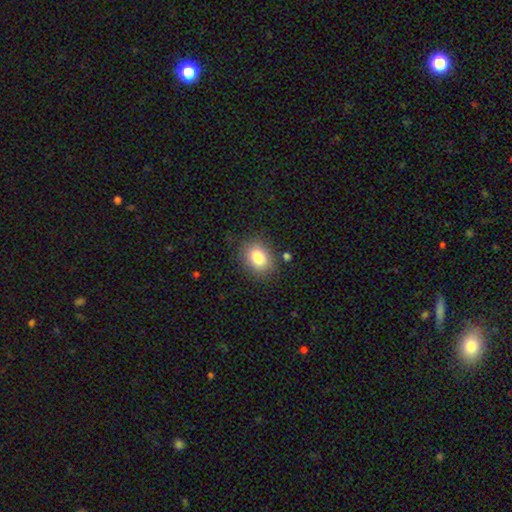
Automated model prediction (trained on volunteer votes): smooth-or-featured: smooth: 83% | star or artifact: 9% | featured or disk: 8%
  how-rounded: in between: 55% | round: 44% | cigar-shaped: 1%
  merging: none: 83% | minor disturbance: 11% | major disturbance: 3% | merger: 2%